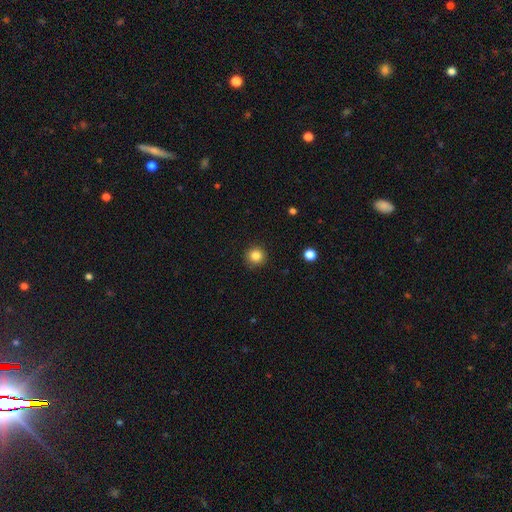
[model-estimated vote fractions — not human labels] The model was most divided on "smooth or featured": smooth: 84%, star or artifact: 11%, featured or disk: 5%. More confident: how rounded — round (94%); merging — none (91%).